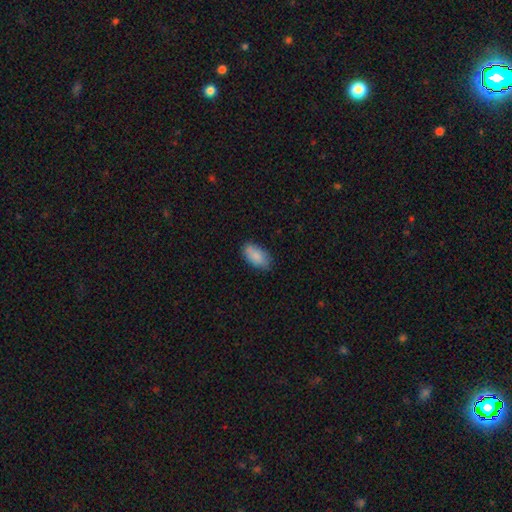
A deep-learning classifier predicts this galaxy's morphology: type=smooth (85%); roundness=in between (93%); merging=none (79%).